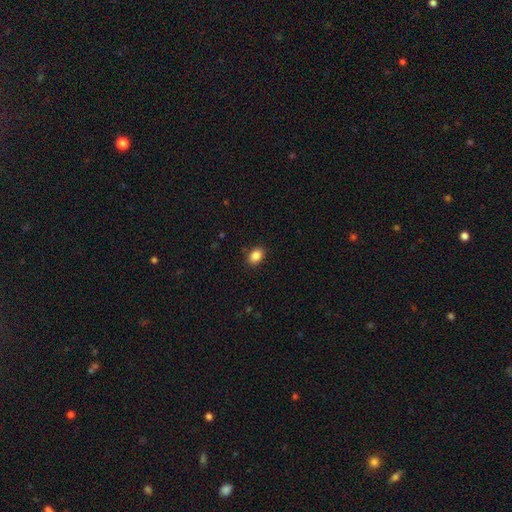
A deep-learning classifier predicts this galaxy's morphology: Smooth or featured? smooth (87%)
How rounded? in between (75%)
Merging? none (88%)